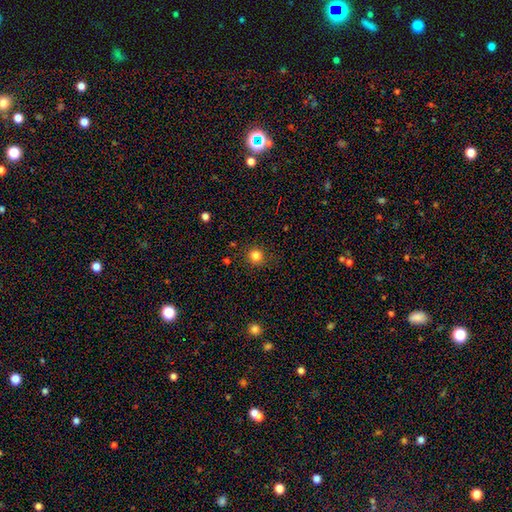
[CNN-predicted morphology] This is clearly a smooth galaxy (83%). How rounded: clearly round (93%). Merging: clearly none (89%).